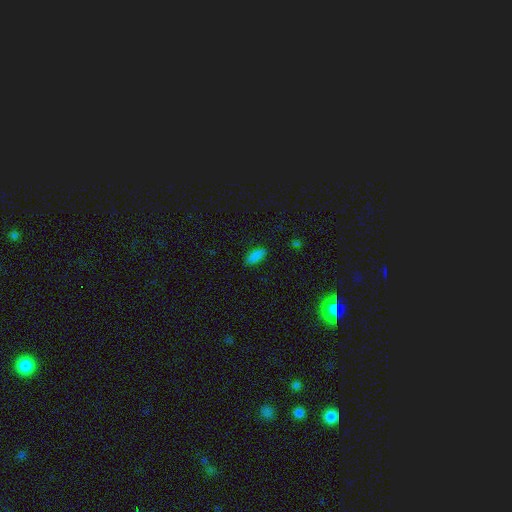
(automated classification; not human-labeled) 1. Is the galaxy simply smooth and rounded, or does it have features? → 86% smooth, 10% star or artifact, 4% featured or disk.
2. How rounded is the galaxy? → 84% in between, 14% cigar-shaped, 2% round.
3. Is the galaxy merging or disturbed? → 86% none, 11% minor disturbance, 2% major disturbance, 1% merger.